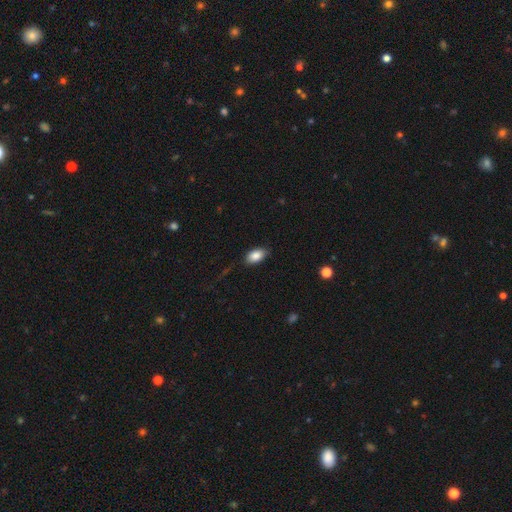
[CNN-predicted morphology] Smooth or featured? Predicted: smooth (p=0.87). How rounded? Predicted: in between (p=0.92). Merging? Predicted: none (p=0.83).